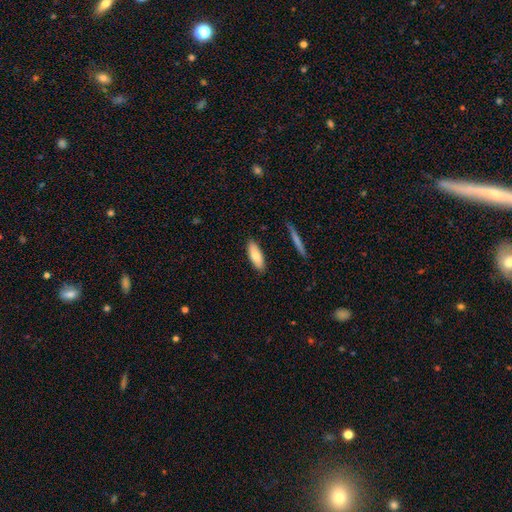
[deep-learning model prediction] Smooth or featured? Predicted: smooth (p=0.79). How rounded? Predicted: in between (p=0.64). Merging? Predicted: none (p=0.87).